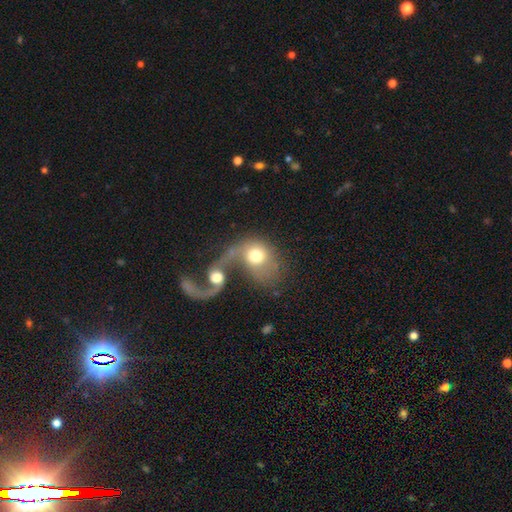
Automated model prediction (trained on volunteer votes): Morphology: type=smooth (47%); merging=merger (77%).